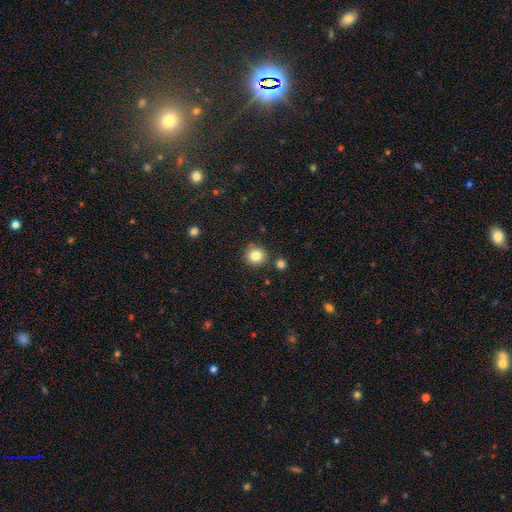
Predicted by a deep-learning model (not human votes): A smooth galaxy with no disk features (84%) that is round (91%). Merging: none (85%).